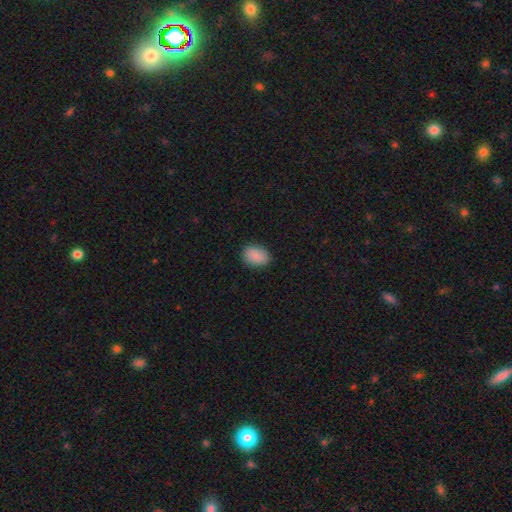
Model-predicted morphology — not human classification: A smooth galaxy with no disk features (88%) that is in between round and cigar-shaped (81%). Merging: none (86%).